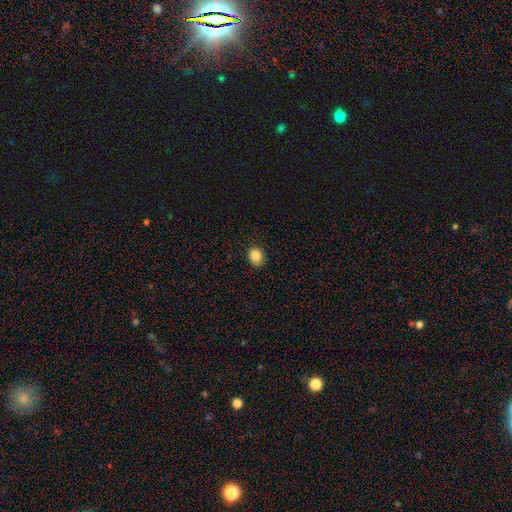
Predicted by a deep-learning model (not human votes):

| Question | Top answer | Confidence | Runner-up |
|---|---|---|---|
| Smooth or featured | smooth | 86% | star or artifact (10%) |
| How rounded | round | 65% | in between (34%) |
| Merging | none | 86% | minor disturbance (11%) |